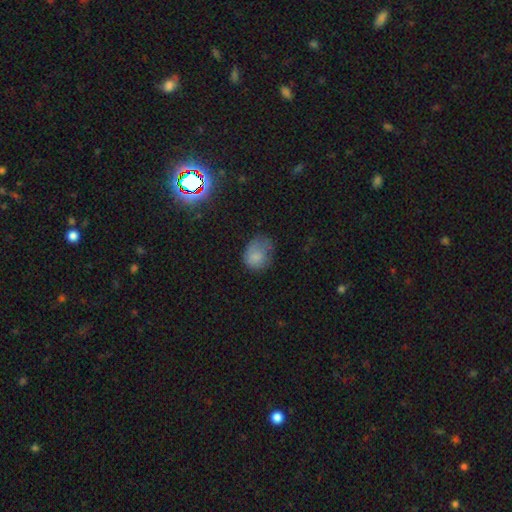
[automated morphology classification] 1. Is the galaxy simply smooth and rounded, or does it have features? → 76% smooth, 13% featured or disk, 11% star or artifact.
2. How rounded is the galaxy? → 51% round, 49% in between, 1% cigar-shaped.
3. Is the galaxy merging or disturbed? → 40% none, 34% minor disturbance, 23% major disturbance, 2% merger.